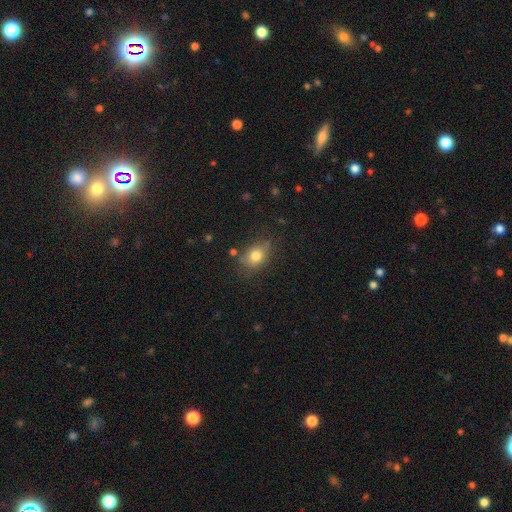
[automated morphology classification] smooth 79%, featured or disk 11%, star or artifact 10%. Down the decision tree: how rounded — in between (65%); merging — none (70%).